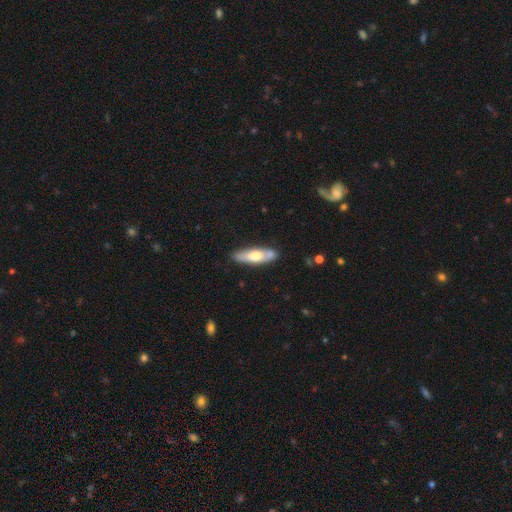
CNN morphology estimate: This appears to be a smooth galaxy with no disk features (56%) that is cigar-shaped (60%). Merging: none (70%).